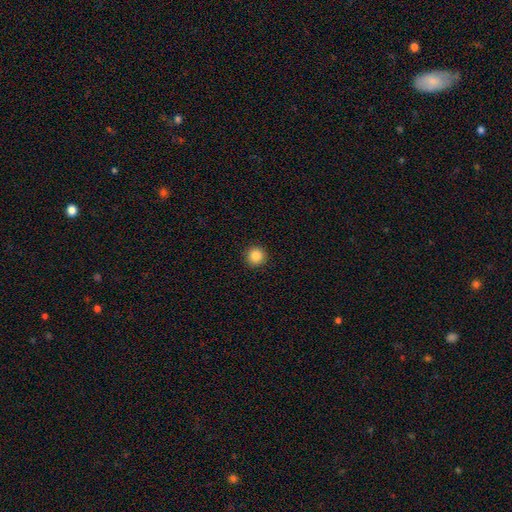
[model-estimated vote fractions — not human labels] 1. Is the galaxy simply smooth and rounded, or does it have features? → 86% smooth, 10% star or artifact, 4% featured or disk.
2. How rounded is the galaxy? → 95% round, 4% in between, 1% cigar-shaped.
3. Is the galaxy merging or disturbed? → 93% none, 5% minor disturbance, 2% major disturbance, 1% merger.